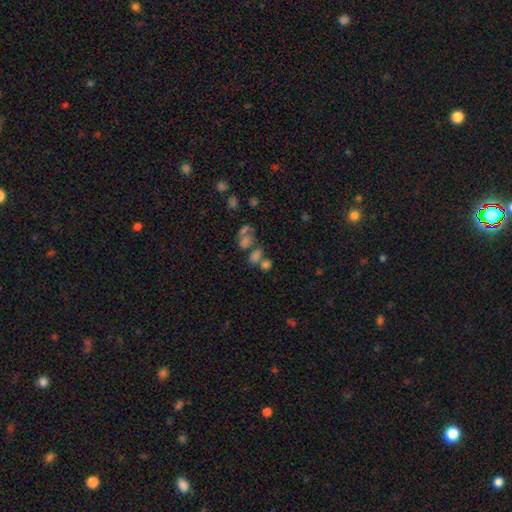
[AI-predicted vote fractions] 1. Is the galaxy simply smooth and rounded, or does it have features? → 57% smooth, 23% star or artifact, 20% featured or disk.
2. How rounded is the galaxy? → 69% in between, 28% round, 3% cigar-shaped.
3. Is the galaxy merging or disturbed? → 45% merger, 32% none, 12% major disturbance, 11% minor disturbance.